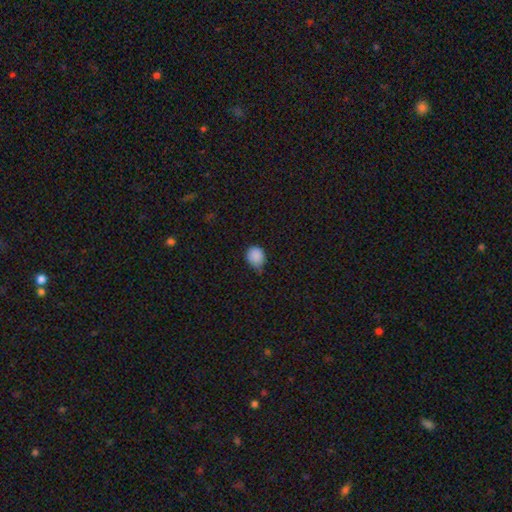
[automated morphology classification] The model was most divided on "merging": none: 46%, minor disturbance: 44%, major disturbance: 8%, merger: 3%. More confident: smooth or featured — smooth (86%); how rounded — round (78%).